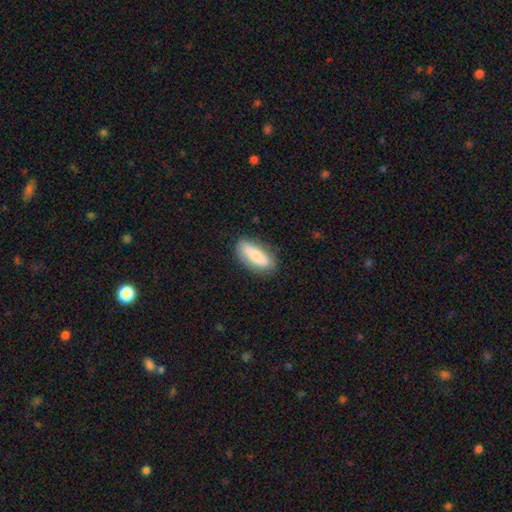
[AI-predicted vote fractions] Smooth or featured?
  - smooth: 76% *
  - featured or disk: 18%
  - star or artifact: 6%
How rounded?
  - in between: 69% *
  - cigar-shaped: 29%
  - round: 2%
Merging?
  - none: 80% *
  - minor disturbance: 15%
  - major disturbance: 3%
  - merger: 1%